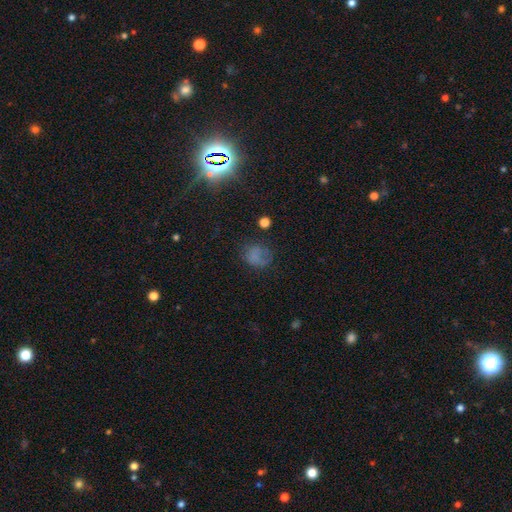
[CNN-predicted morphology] This is likely a smooth galaxy (62%). How rounded: possibly round (57%). Merging: possibly none (49%).